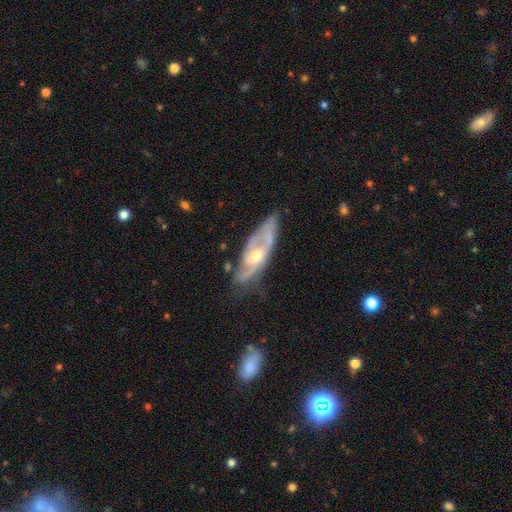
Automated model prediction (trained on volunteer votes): Smooth or featured? featured or disk (77%)
Edge-on disk? no (79%)
Bar? no (55%)
Spiral arms? yes (83%)
Spiral winding? medium (45%)
Spiral arm count? 2 (49%)
Bulge size? moderate (59%)
Merging? none (56%)